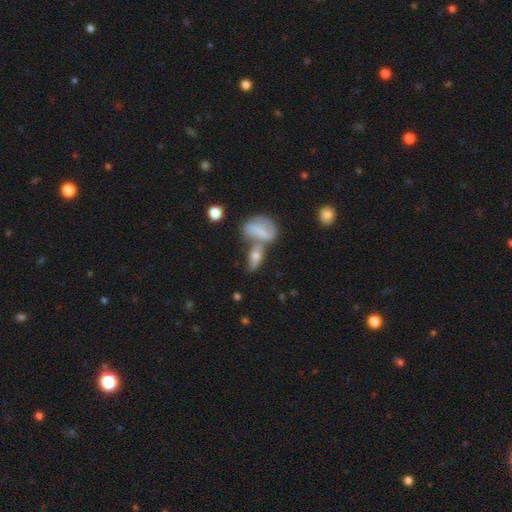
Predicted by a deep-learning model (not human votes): The model was most divided on "merging": merger: 43%, none: 37%, minor disturbance: 12%, major disturbance: 7%. More confident: how rounded — in between (75%); smooth or featured — smooth (53%).